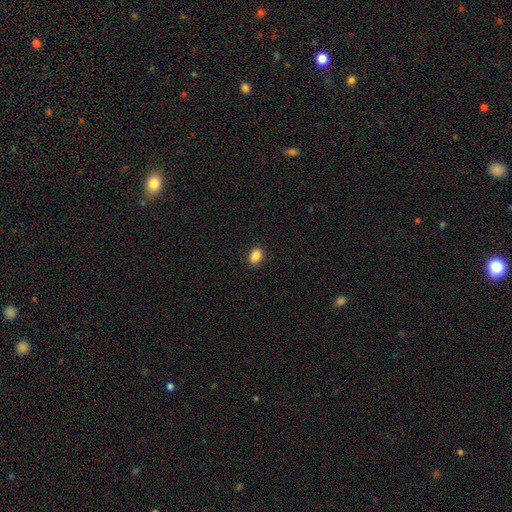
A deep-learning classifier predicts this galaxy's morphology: A smooth galaxy with no disk features (87%) that is in between round and cigar-shaped (75%).

Vote fractions:
- Smooth or featured? smooth: 87% / star or artifact: 9% / featured or disk: 4%
- How rounded? in between: 75% / round: 24% / cigar-shaped: 1%
- Merging? none: 90% / minor disturbance: 7% / major disturbance: 2% / merger: 1%